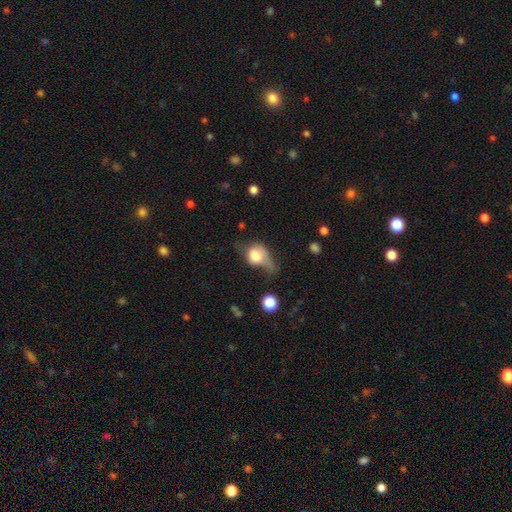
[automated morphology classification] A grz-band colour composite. It shows a smooth galaxy with no disk features (68%) that is in between round and cigar-shaped (51%). Merging: major disturbance (44%).